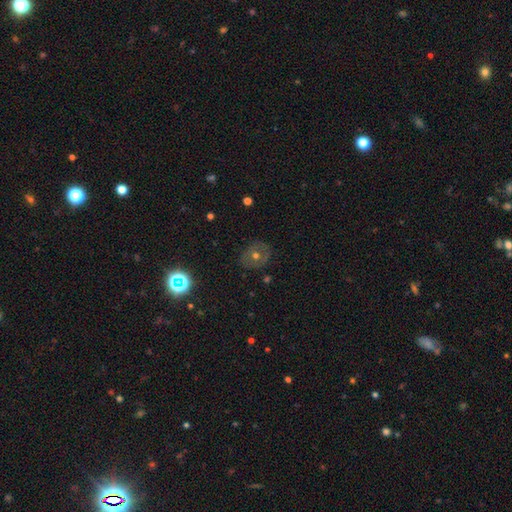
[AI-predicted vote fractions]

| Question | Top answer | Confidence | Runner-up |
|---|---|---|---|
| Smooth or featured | featured or disk | 43% | smooth (40%) |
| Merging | none | 83% | minor disturbance (11%) |